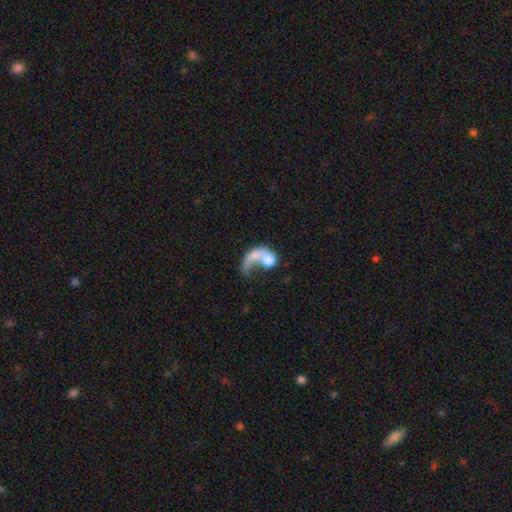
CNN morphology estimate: This is possibly a smooth galaxy (47%). Merging: marginally merger (38%).